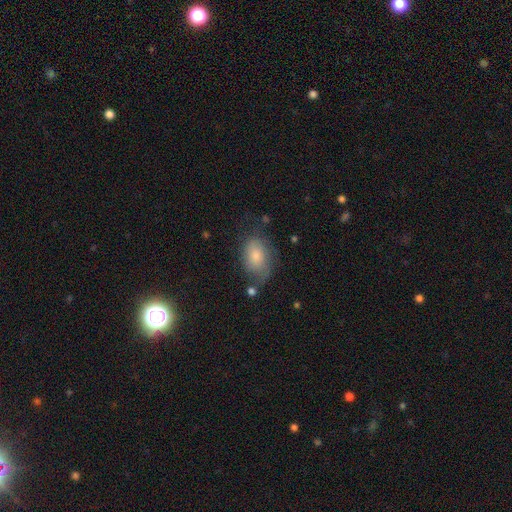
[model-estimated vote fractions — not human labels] The model was most divided on "merging": none: 52%, minor disturbance: 29%, major disturbance: 15%, merger: 4%. More confident: how rounded — in between (84%); smooth or featured — smooth (68%).